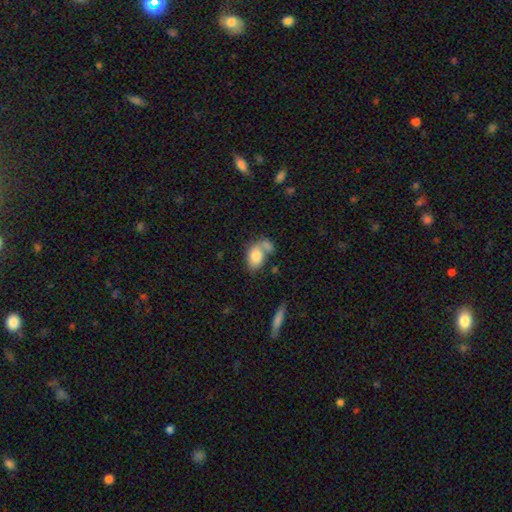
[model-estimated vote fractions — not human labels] A smooth galaxy with no disk features (79%) that is in between round and cigar-shaped (82%).

Vote fractions:
- Smooth or featured? smooth: 79% / featured or disk: 13% / star or artifact: 7%
- How rounded? in between: 82% / round: 17% / cigar-shaped: 2%
- Merging? merger: 42% / none: 35% / minor disturbance: 14% / major disturbance: 9%